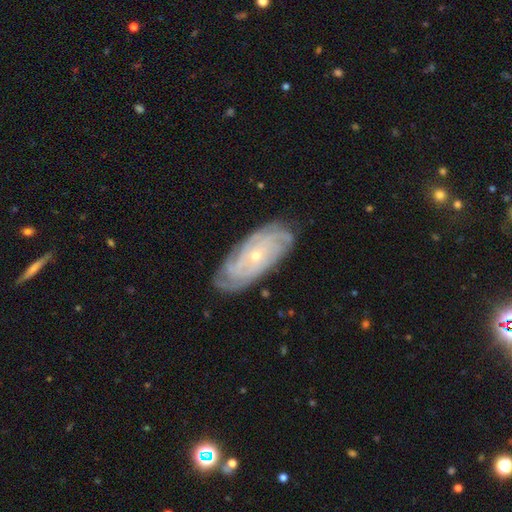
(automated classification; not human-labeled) Smooth or featured? Predicted: featured or disk (p=0.85). Edge-on disk? Predicted: no (p=0.93). Bar? Predicted: no (p=0.76). Spiral arms? Predicted: yes (p=0.97). Spiral winding? Predicted: tight (p=0.78). Spiral arm count? Predicted: can't tell (p=0.30). Bulge size? Predicted: small (p=0.72). Merging? Predicted: none (p=0.82).